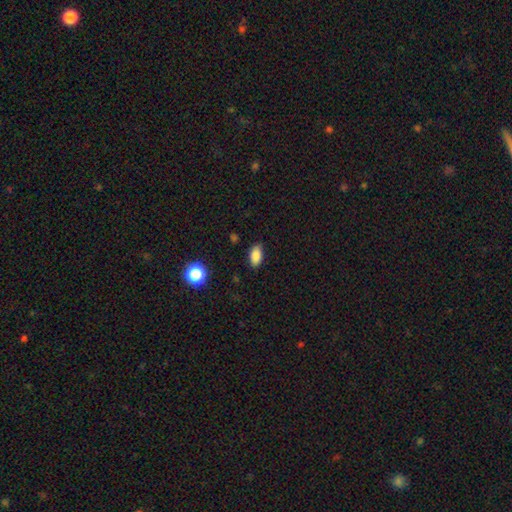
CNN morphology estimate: smooth 85%, star or artifact 10%, featured or disk 5%. Down the decision tree: how rounded — in between (90%); merging — none (83%).